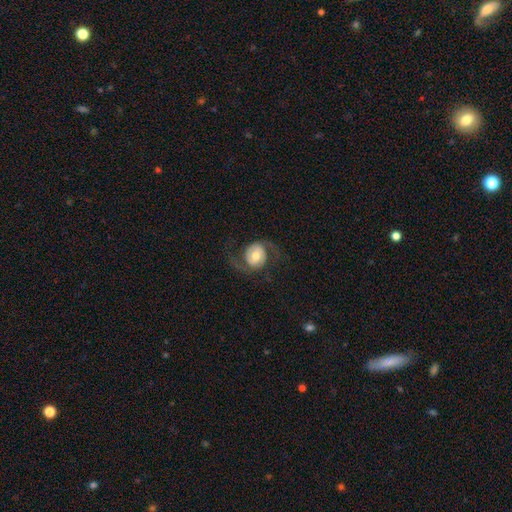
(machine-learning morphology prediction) Overall: featured or disk (75%). Edge-on disk: no (97%). Bar: no (62%; weak 28%). Spiral arms: yes (90%). Spiral arm count: 2 (92%). Spiral winding: loose (47%; medium 41%). Bulge size: moderate (65%). Merging: none (70%).